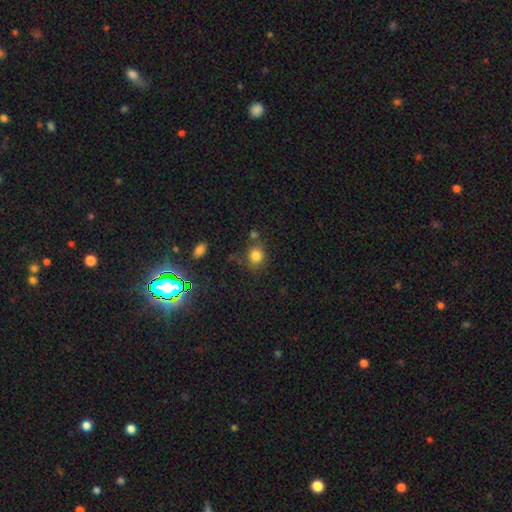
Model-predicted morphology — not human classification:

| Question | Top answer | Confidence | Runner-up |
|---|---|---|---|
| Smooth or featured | smooth | 81% | star or artifact (13%) |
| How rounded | round | 79% | in between (20%) |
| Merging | none | 72% | minor disturbance (13%) |